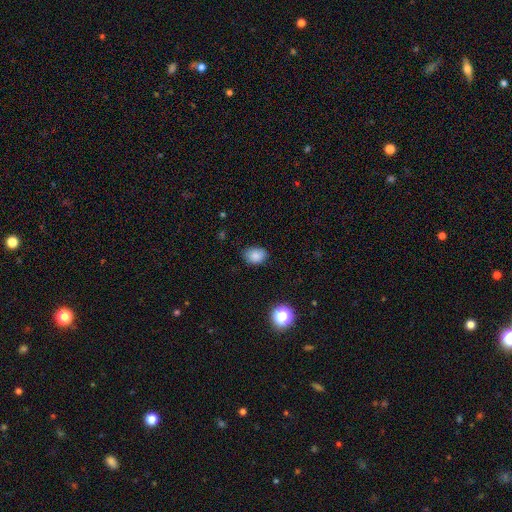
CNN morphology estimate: Smooth or featured? Predicted: smooth (p=0.84). How rounded? Predicted: in between (p=0.65). Merging? Predicted: none (p=0.76).